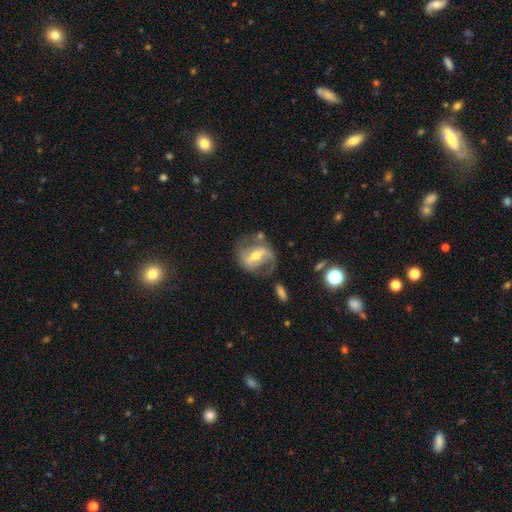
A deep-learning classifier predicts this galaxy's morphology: A featured or disk galaxy (77%) with a strong bar (55%), 2 (80%) medium (47%) spiral arms (80%) and a moderate central bulge (63%).

Vote fractions:
- Smooth or featured? featured or disk: 77% / smooth: 16% / star or artifact: 7%
- Edge-on disk? no: 94% / yes: 6%
- Bar? strong: 55% / weak: 31% / no: 14%
- Spiral arms? yes: 80% / no: 20%
- Spiral winding? medium: 47% / loose: 27% / tight: 26%
- Spiral arm count? 2: 80% / can't tell: 10% / 1: 7% / 3: 2% / 4: 1% / more than 4: 1%
- Bulge size? moderate: 63% / small: 30% / large: 5% / none: 1% / dominant: 1%
- Merging? none: 62% / minor disturbance: 19% / major disturbance: 13% / merger: 6%